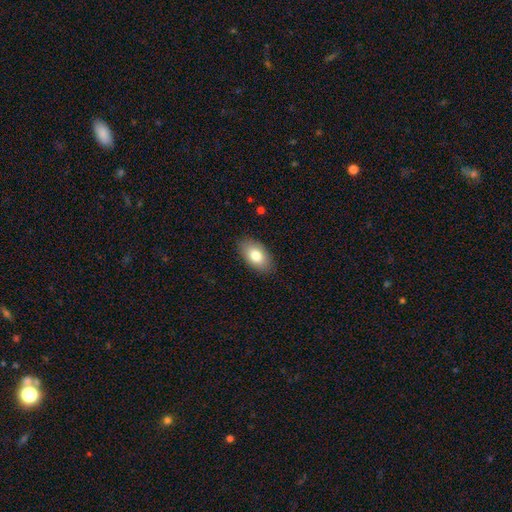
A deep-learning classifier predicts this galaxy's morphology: Smooth or featured?
  - smooth: 79% *
  - featured or disk: 14%
  - star or artifact: 7%
How rounded?
  - in between: 93% *
  - round: 5%
  - cigar-shaped: 2%
Merging?
  - none: 86% *
  - minor disturbance: 10%
  - major disturbance: 2%
  - merger: 1%